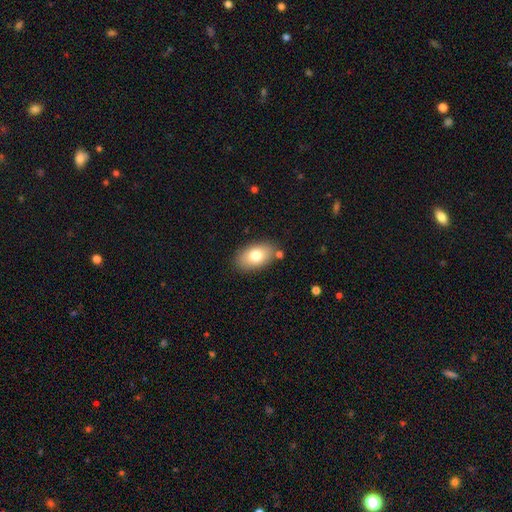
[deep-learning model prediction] This is likely a smooth galaxy (77%). How rounded: clearly in between (91%). Merging: clearly none (82%).